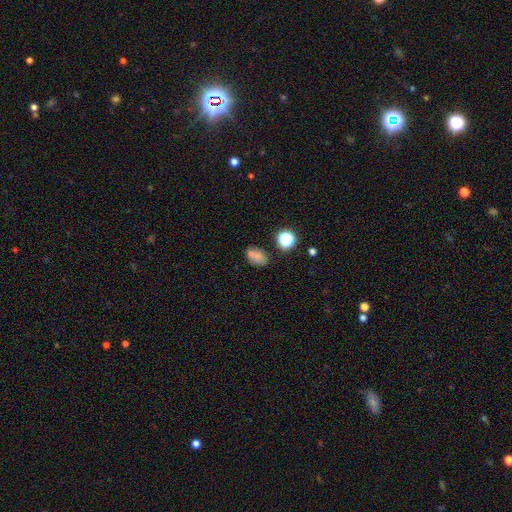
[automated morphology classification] Q: Smooth or featured?
A: smooth (68%); runner-up: star or artifact (18%)
Q: How rounded?
A: in between (68%); runner-up: round (30%)
Q: Merging?
A: none (52%); runner-up: merger (24%)